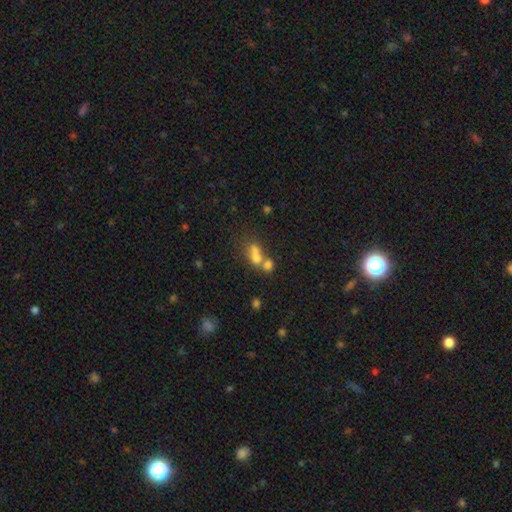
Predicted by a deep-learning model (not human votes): smooth-or-featured: smooth: 64% | featured or disk: 19% | star or artifact: 16%
  how-rounded: in between: 54% | round: 39% | cigar-shaped: 7%
  merging: merger: 58% | none: 26% | minor disturbance: 8% | major disturbance: 7%